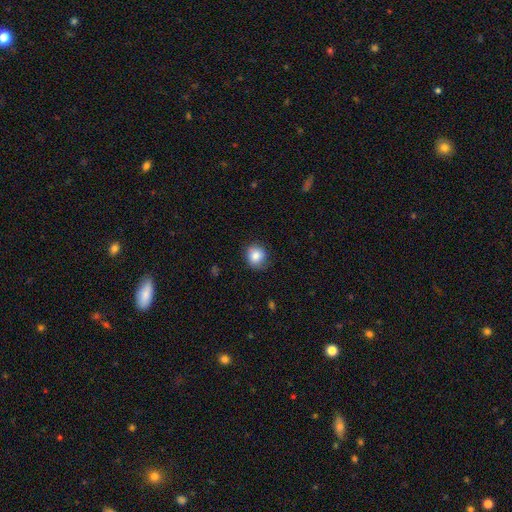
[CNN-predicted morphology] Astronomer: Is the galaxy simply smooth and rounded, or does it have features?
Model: smooth — 84%.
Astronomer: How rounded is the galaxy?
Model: round — 84%.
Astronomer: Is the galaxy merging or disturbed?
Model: none — 80%.